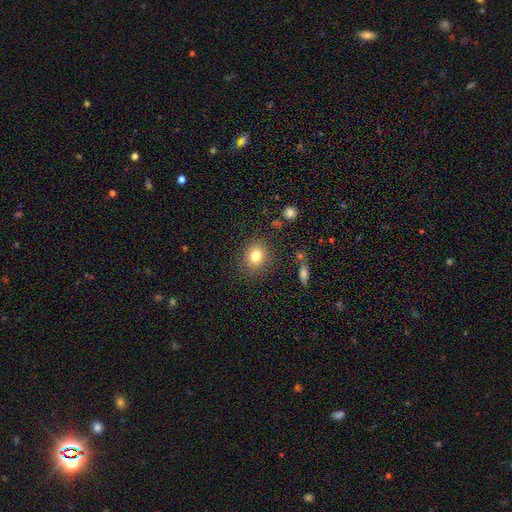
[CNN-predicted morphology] Q: Smooth or featured?
A: smooth (80%); runner-up: star or artifact (12%)
Q: How rounded?
A: round (70%); runner-up: in between (29%)
Q: Merging?
A: none (85%); runner-up: minor disturbance (10%)